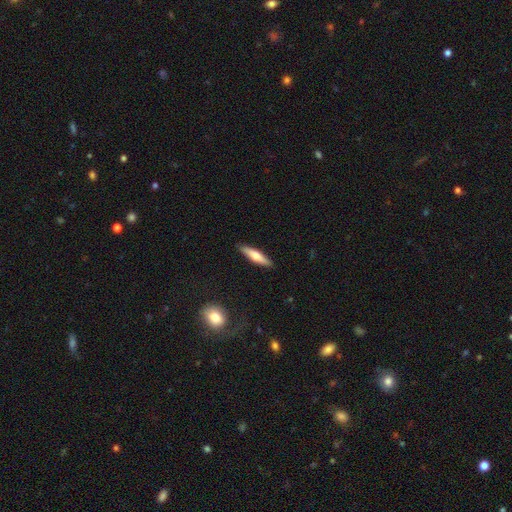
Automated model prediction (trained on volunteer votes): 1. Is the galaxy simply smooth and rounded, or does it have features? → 57% smooth, 37% featured or disk, 6% star or artifact.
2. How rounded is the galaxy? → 79% cigar-shaped, 19% in between, 2% round.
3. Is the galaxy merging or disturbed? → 89% none, 8% minor disturbance, 2% major disturbance, 1% merger.